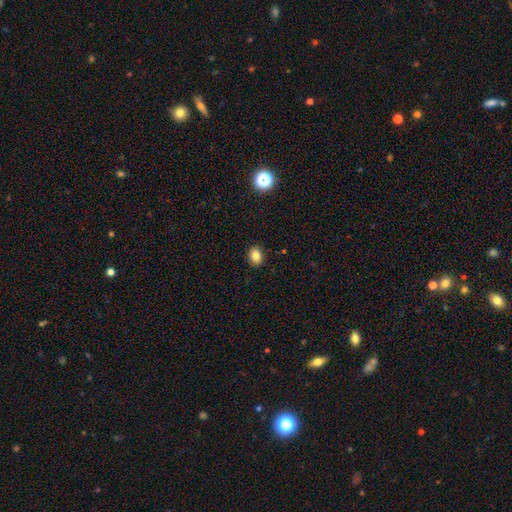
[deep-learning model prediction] smooth_or_featured: smooth (p=0.83) [alt: star or artifact p=0.11]
how_rounded: in between (p=0.60) [alt: round p=0.39]
merging: none (p=0.89) [alt: minor disturbance p=0.08]